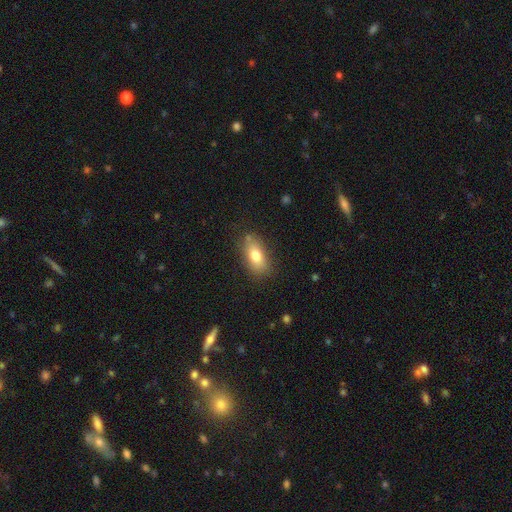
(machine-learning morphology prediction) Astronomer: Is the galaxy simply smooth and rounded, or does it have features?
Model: smooth — 77%.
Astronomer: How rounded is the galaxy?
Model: in between — 87%.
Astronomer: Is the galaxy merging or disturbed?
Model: none — 79%.